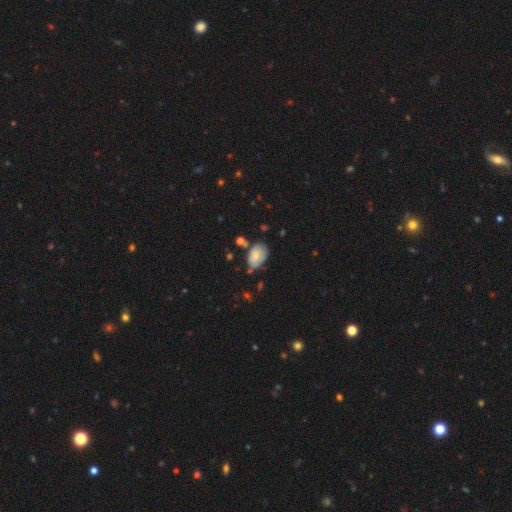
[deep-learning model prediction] smooth_or_featured: smooth (p=0.74) [alt: featured or disk p=0.18]
how_rounded: in between (p=0.86) [alt: round p=0.13]
merging: none (p=0.57) [alt: minor disturbance p=0.28]